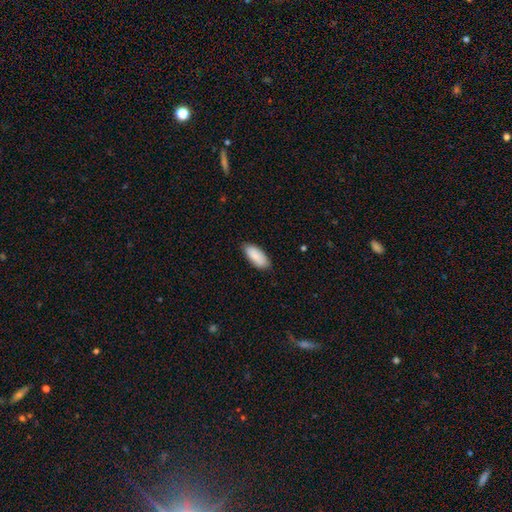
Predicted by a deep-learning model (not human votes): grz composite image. It shows a smooth galaxy with no disk features (88%) that is in between round and cigar-shaped (86%). Merging: none (82%).